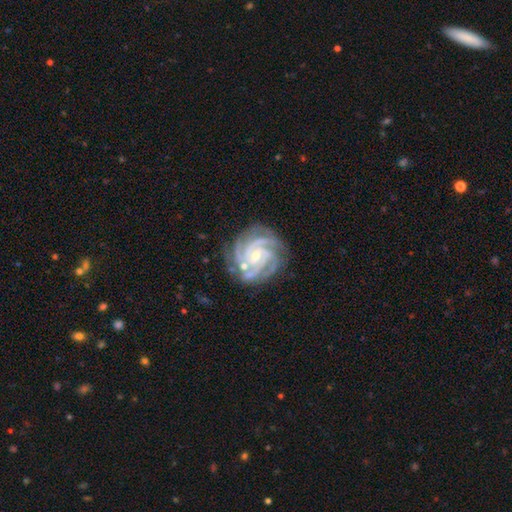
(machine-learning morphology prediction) smooth-or-featured: featured or disk: 92% | star or artifact: 5% | smooth: 3%
  disk-edge-on: no: 98% | yes: 2%
    bar: no: 60% | weak: 30% | strong: 10%
    has-spiral-arms: yes: 99% | no: 1%
      spiral-winding: tight: 74% | medium: 24% | loose: 2%
      spiral-arm-count: 4: 45% | 3: 26% | more than 4: 11% | can't tell: 8% | 2: 6% | 1: 5%
    bulge-size: small: 62% | moderate: 34% | none: 1% | large: 1% | dominant: 1%
  merging: none: 77% | minor disturbance: 16% | major disturbance: 4% | merger: 3%